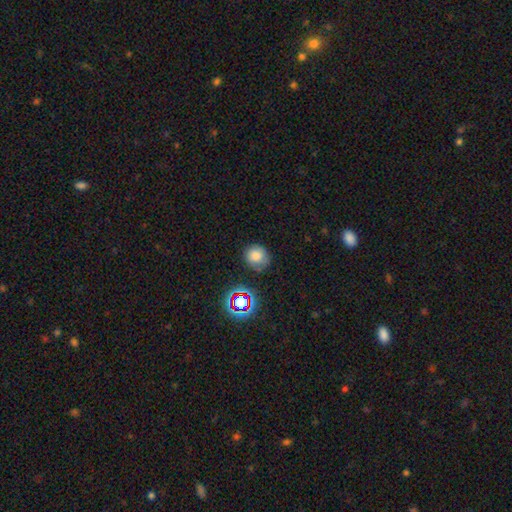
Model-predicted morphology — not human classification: This is likely a smooth galaxy (76%). How rounded: clearly round (84%). Merging: likely none (74%).